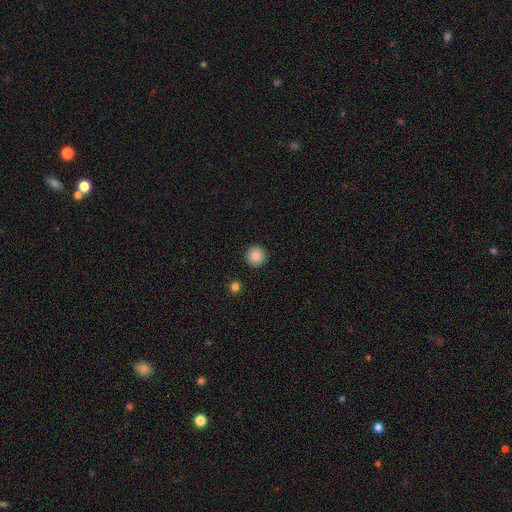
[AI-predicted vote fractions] This appears to be a smooth galaxy with no disk features (88%) that is round (95%). Merging: none (92%).